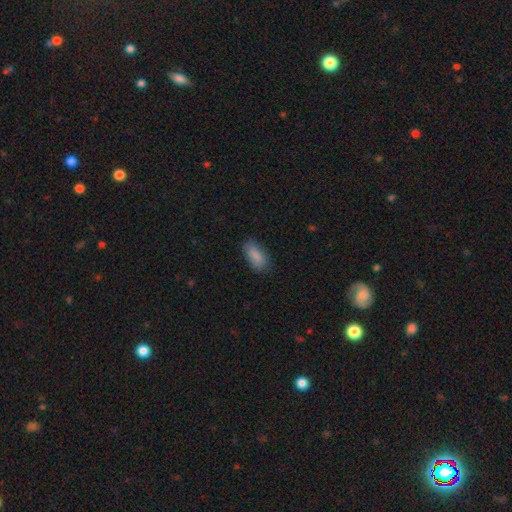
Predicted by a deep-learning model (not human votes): Morphology: type=smooth (87%); roundness=in between (87%); merging=none (78%).